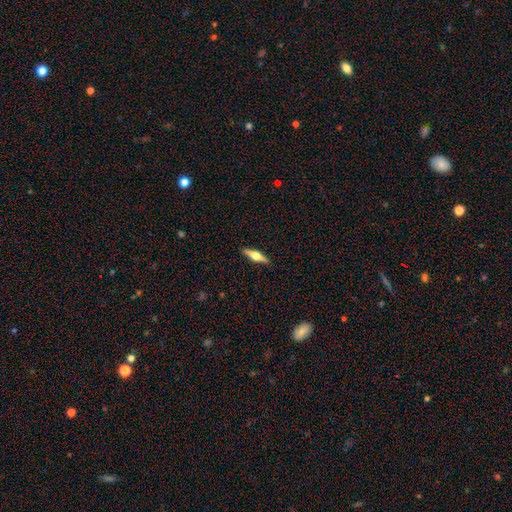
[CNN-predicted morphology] This appears to be a featured or disk galaxy (58%) viewed edge-on (96%) with a rounded central bulge (93%). Merging: none (90%).